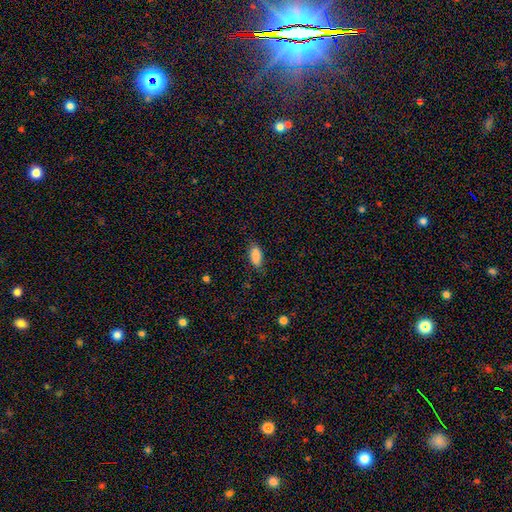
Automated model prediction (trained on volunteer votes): smooth-or-featured: smooth: 88% | star or artifact: 7% | featured or disk: 4%
  how-rounded: in between: 88% | cigar-shaped: 10% | round: 2%
  merging: none: 78% | minor disturbance: 17% | major disturbance: 4% | merger: 1%